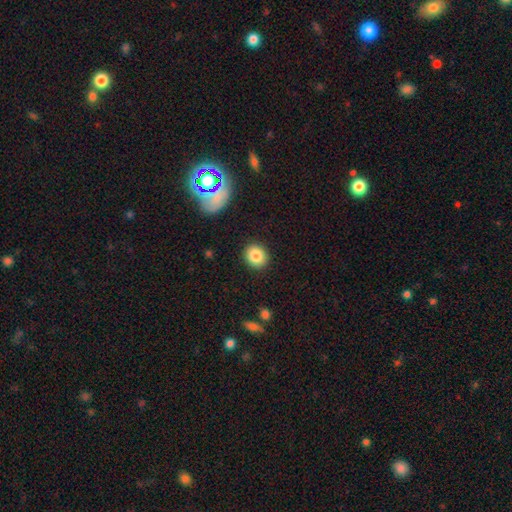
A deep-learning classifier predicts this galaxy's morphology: A smooth galaxy with no disk features (85%) that is round (72%).

Vote fractions:
- Smooth or featured? smooth: 85% / star or artifact: 9% / featured or disk: 7%
- How rounded? round: 72% / in between: 27% / cigar-shaped: 1%
- Merging? none: 90% / minor disturbance: 7% / major disturbance: 2% / merger: 1%